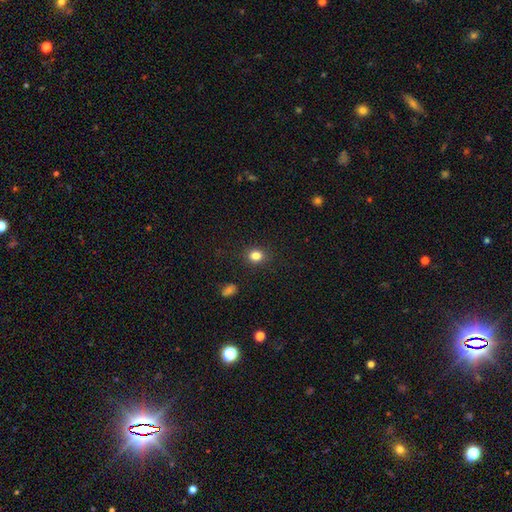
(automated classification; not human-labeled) Smooth or featured: smooth — 83% (star or artifact — 12%)
How rounded: round — 68% (in between — 31%)
Merging: none — 88% (minor disturbance — 9%)